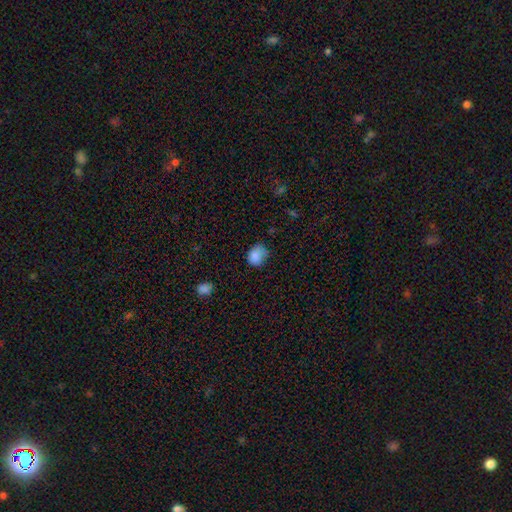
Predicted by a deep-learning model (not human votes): A smooth galaxy with no disk features (84%) that is round (55%).

Vote fractions:
- Smooth or featured? smooth: 84% / star or artifact: 10% / featured or disk: 7%
- How rounded? round: 55% / in between: 44% / cigar-shaped: 1%
- Merging? none: 53% / minor disturbance: 35% / major disturbance: 9% / merger: 3%